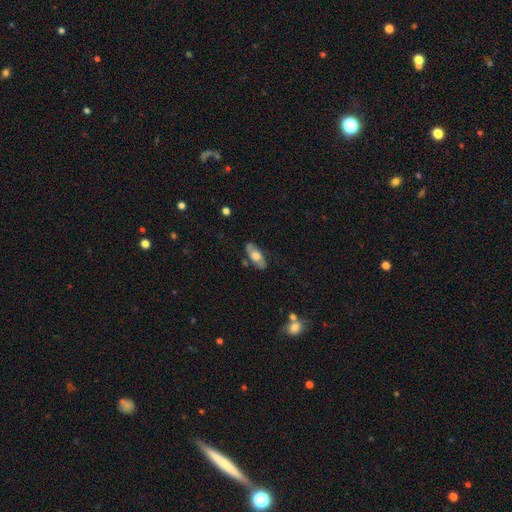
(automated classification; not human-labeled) featured or disk 48%, smooth 45%, star or artifact 7%. Down the decision tree: merging — none (77%).